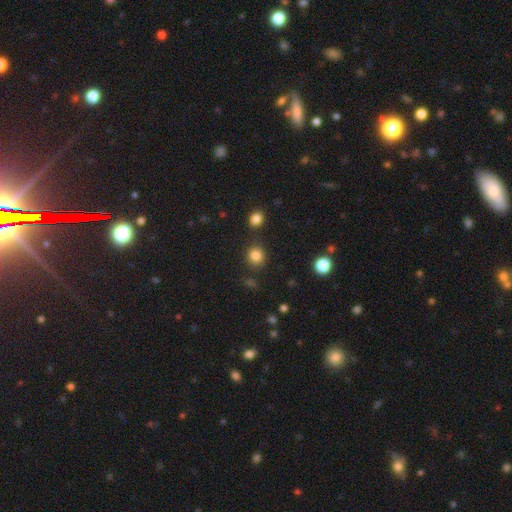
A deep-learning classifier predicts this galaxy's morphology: A smooth galaxy with no disk features (84%) that is round (87%). Merging: none (83%).